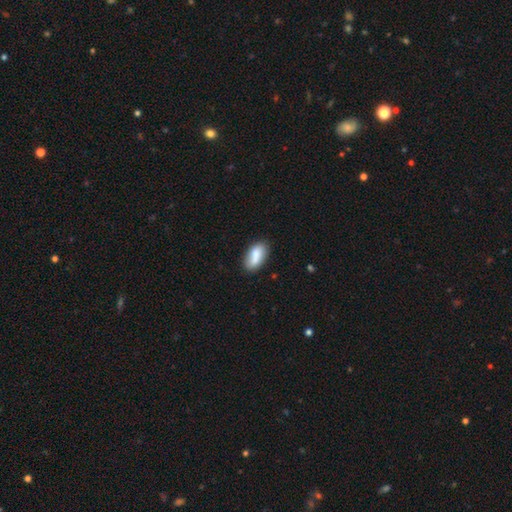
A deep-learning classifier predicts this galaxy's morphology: Smooth or featured? smooth (82%)
How rounded? in between (91%)
Merging? none (73%)